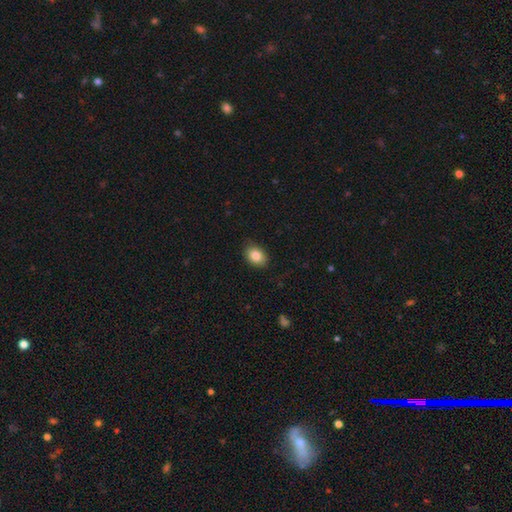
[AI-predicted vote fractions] Smooth or featured? Predicted: smooth (p=0.85). How rounded? Predicted: in between (p=0.77). Merging? Predicted: none (p=0.86).